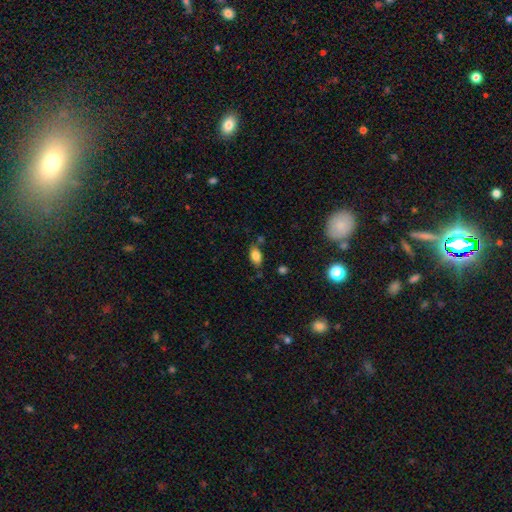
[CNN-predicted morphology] smooth-or-featured: smooth: 83% | star or artifact: 9% | featured or disk: 8%
  how-rounded: in between: 89% | round: 8% | cigar-shaped: 3%
  merging: none: 71% | minor disturbance: 17% | merger: 7% | major disturbance: 5%